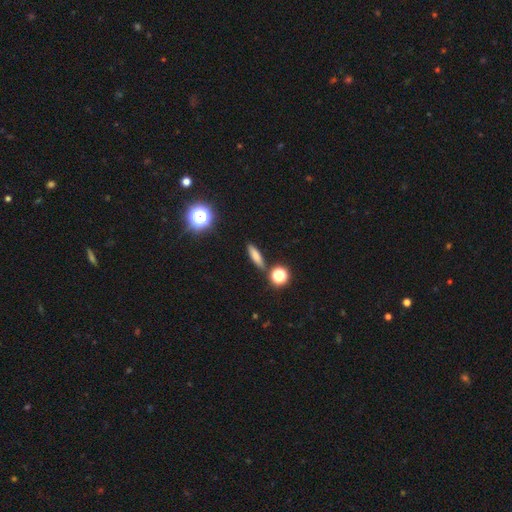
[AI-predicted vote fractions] A smooth galaxy with no disk features (73%) that is cigar-shaped (63%). Merging: none (84%).